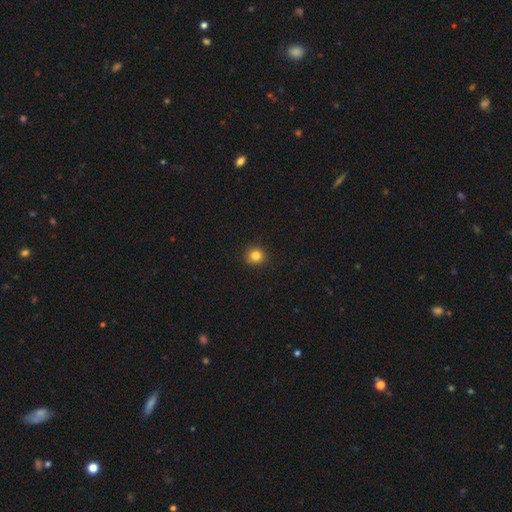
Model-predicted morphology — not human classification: A smooth galaxy with no disk features (83%) that is round (90%).

Vote fractions:
- Smooth or featured? smooth: 83% / star or artifact: 12% / featured or disk: 5%
- How rounded? round: 90% / in between: 9% / cigar-shaped: 1%
- Merging? none: 91% / minor disturbance: 6% / major disturbance: 2% / merger: 1%